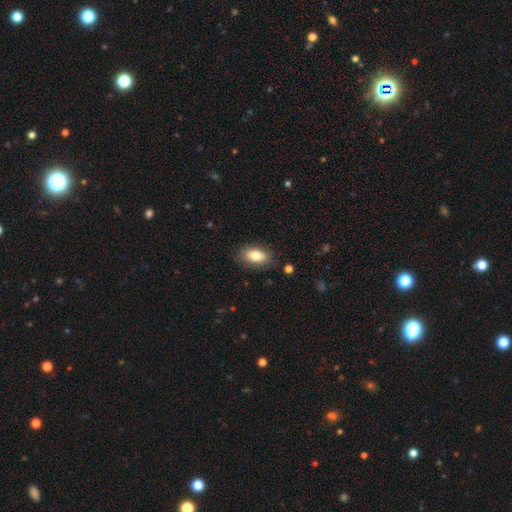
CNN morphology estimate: Smooth or featured? Predicted: smooth (p=0.80). How rounded? Predicted: in between (p=0.90). Merging? Predicted: none (p=0.83).